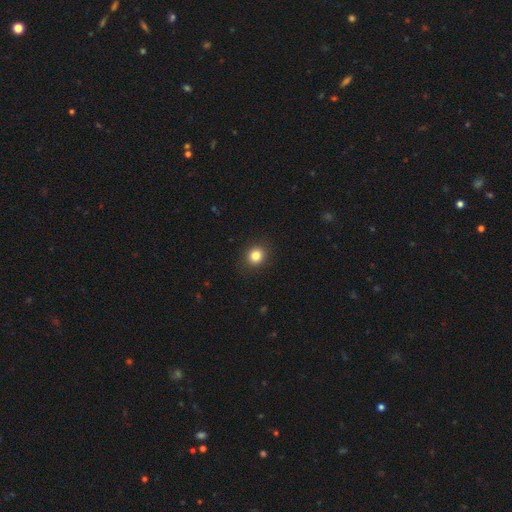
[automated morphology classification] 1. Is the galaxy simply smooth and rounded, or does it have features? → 83% smooth, 11% star or artifact, 6% featured or disk.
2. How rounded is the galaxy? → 79% round, 20% in between, 1% cigar-shaped.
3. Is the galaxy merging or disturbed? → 90% none, 7% minor disturbance, 2% major disturbance, 1% merger.